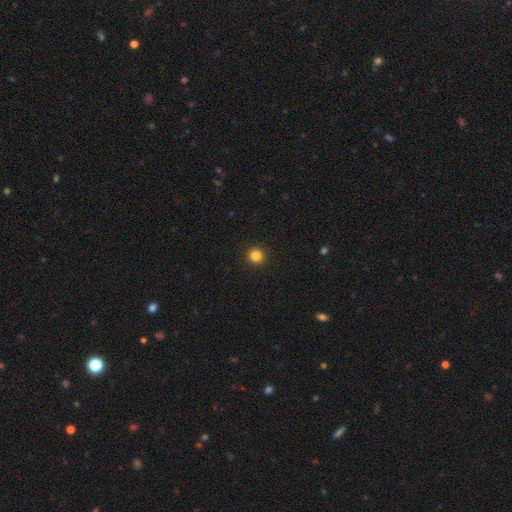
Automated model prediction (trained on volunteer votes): smooth 84%, star or artifact 12%, featured or disk 4%. Down the decision tree: how rounded — round (94%); merging — none (93%).